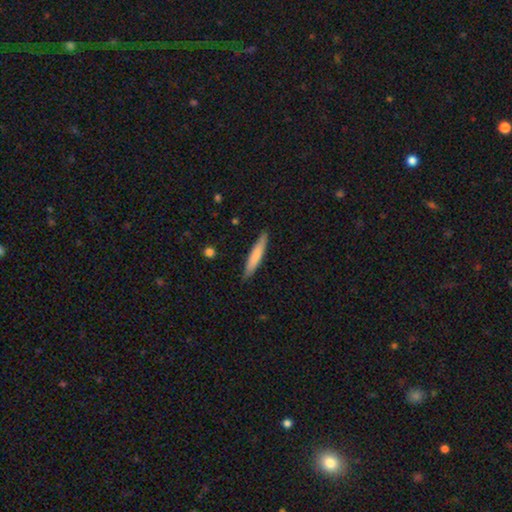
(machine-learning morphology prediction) The model was most divided on "smooth or featured": smooth: 75%, featured or disk: 20%, star or artifact: 5%. More confident: how rounded — cigar-shaped (92%); merging — none (89%).